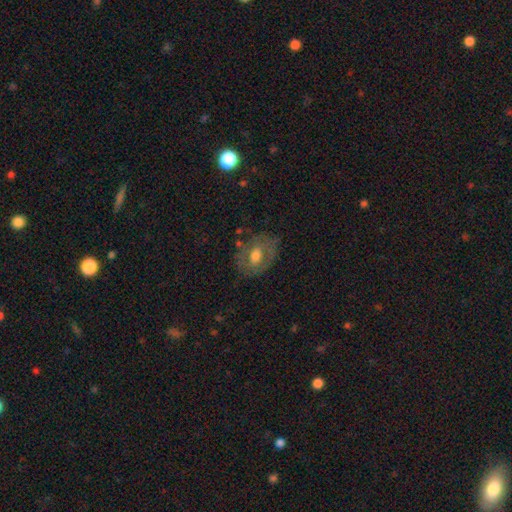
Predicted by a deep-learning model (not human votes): A featured or disk galaxy (48%).

Vote fractions:
- Smooth or featured? featured or disk: 48% / smooth: 44% / star or artifact: 8%
- Merging? none: 67% / minor disturbance: 20% / major disturbance: 10% / merger: 2%